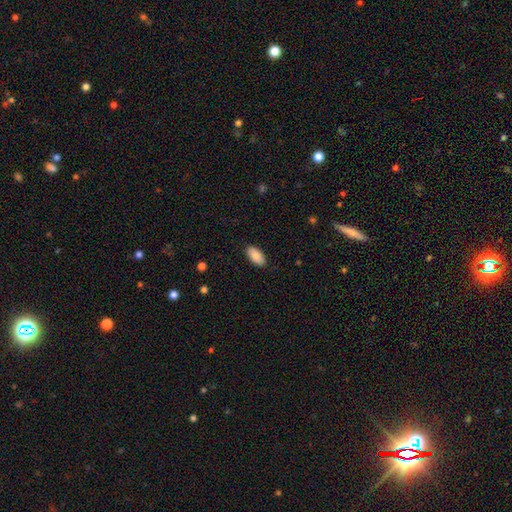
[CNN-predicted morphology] Overall: smooth (87%). How rounded: in between (94%). Merging: none (89%).